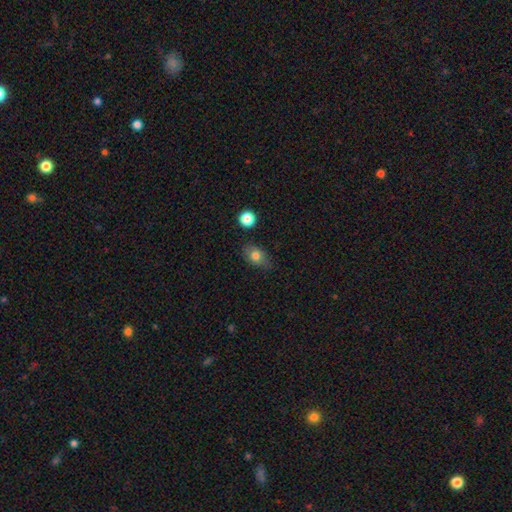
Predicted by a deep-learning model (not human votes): Morphology: type=smooth (77%); roundness=in between (71%); merging=none (71%).